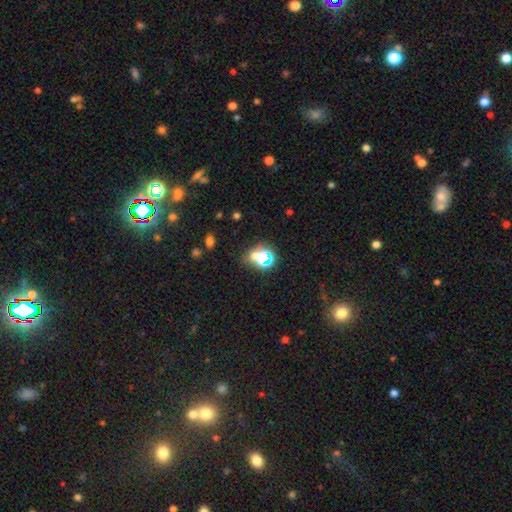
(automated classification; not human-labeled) A star or artifact, not a galaxy (51%).